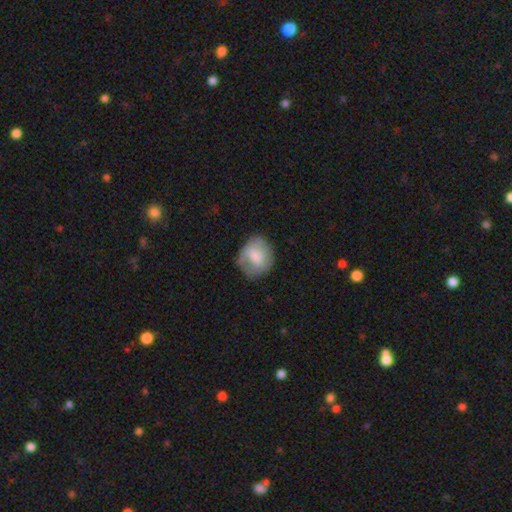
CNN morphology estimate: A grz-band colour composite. It shows a smooth galaxy with no disk features (62%) that is round (63%). Merging: none (60%).